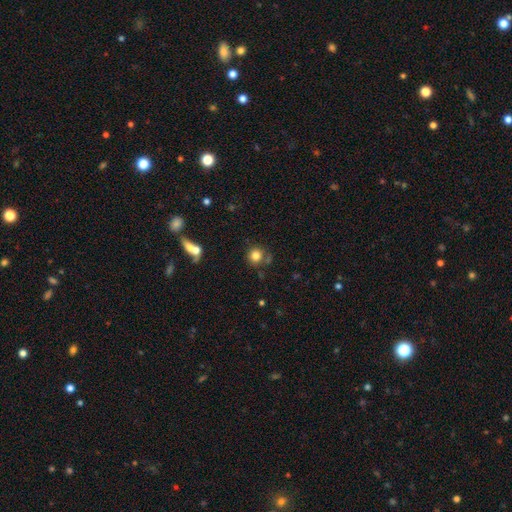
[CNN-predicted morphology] Overall: smooth (81%). How rounded: round (90%). Merging: none (70%).